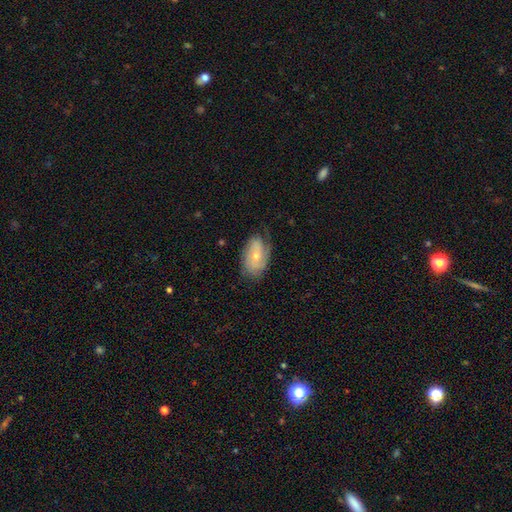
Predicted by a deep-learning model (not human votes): The model was most divided on "smooth or featured": featured or disk: 58%, smooth: 35%, star or artifact: 7%. More confident: edge-on disk — no (95%); spiral arms — yes (85%); bar — no (71%); merging — none (64%); bulge size — small (62%).